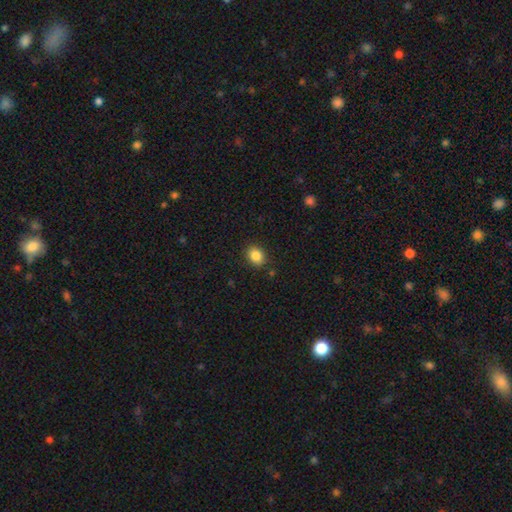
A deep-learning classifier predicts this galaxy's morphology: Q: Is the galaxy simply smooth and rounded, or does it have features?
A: smooth — 85%.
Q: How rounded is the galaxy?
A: round — 52%.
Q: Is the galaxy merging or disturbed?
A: none — 87%.